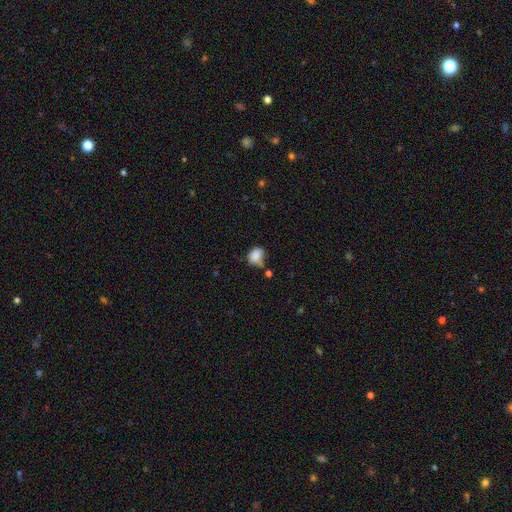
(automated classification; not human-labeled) Morphology: type=smooth (82%); roundness=in between (59%); merging=none (41%).